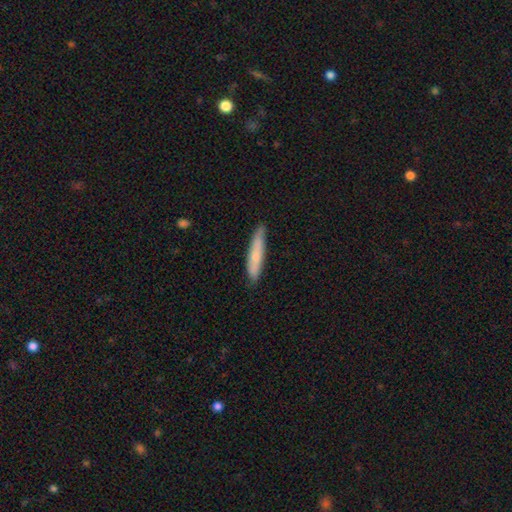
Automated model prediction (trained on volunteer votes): smooth-or-featured: smooth: 69% | featured or disk: 26% | star or artifact: 6%
  how-rounded: cigar-shaped: 89% | in between: 10% | round: 1%
  merging: none: 81% | minor disturbance: 15% | major disturbance: 2% | merger: 1%